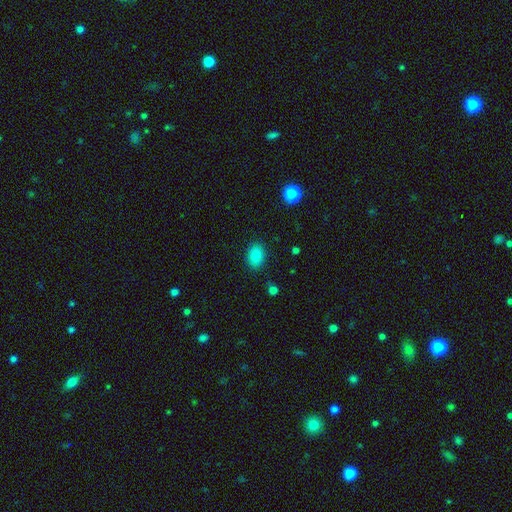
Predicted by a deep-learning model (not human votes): Smooth or featured? smooth (87%)
How rounded? in between (83%)
Merging? none (86%)